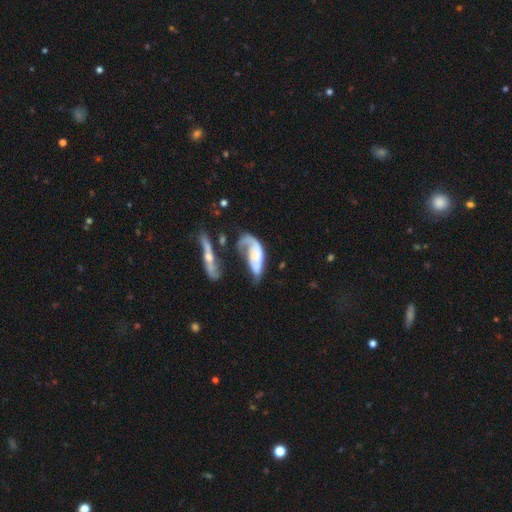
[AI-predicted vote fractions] featured or disk 61%, smooth 33%, star or artifact 7%. Down the decision tree: edge-on disk — no (89%); bar — no (71%); spiral arms — yes (73%); bulge size — none (39%); merging — major disturbance (39%).